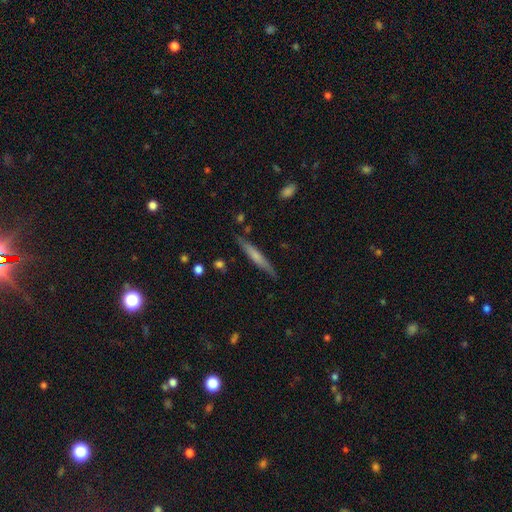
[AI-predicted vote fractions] Morphology: type=smooth (51%); roundness=cigar-shaped (94%); merging=none (84%).